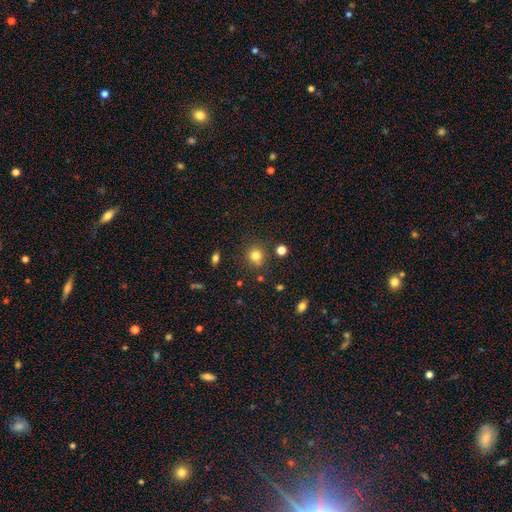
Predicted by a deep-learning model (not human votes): A smooth galaxy with no disk features (79%) that is round (88%).

Vote fractions:
- Smooth or featured? smooth: 79% / star or artifact: 14% / featured or disk: 6%
- How rounded? round: 88% / in between: 11% / cigar-shaped: 1%
- Merging? none: 80% / minor disturbance: 10% / merger: 6% / major disturbance: 4%